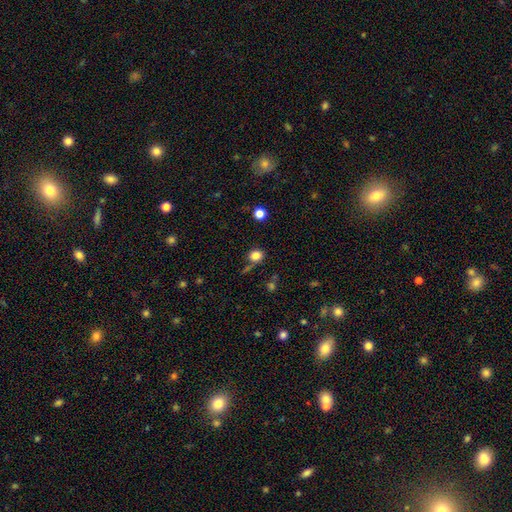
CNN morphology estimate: The model was most divided on "how rounded": round: 76%, in between: 23%, cigar-shaped: 1%. More confident: smooth or featured — smooth (83%); merging — none (72%).